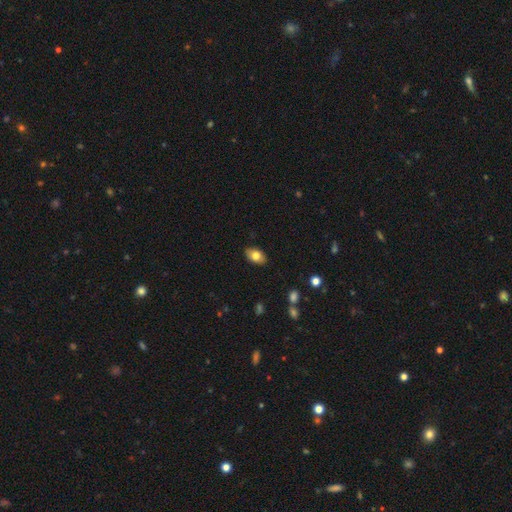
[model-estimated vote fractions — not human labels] Overall: smooth (76%). How rounded: in between (90%). Merging: none (86%).